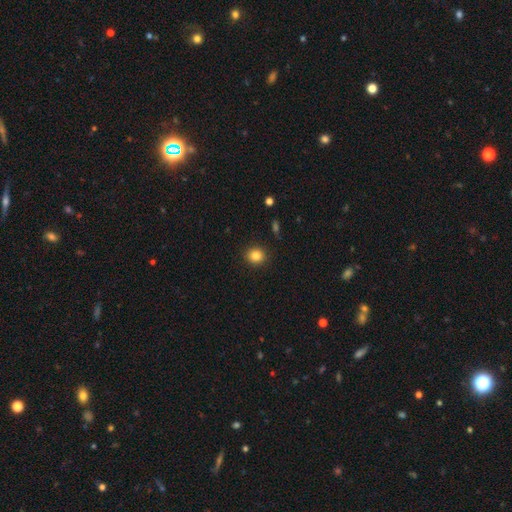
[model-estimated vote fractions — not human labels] Morphology: type=smooth (85%); roundness=round (83%); merging=none (90%).